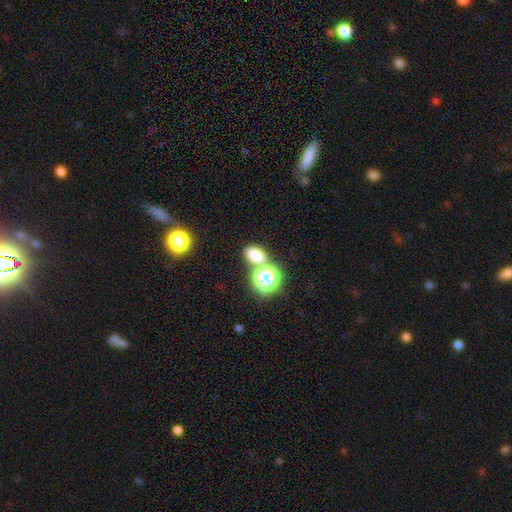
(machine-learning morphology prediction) Overall: smooth (72%). How rounded: in between (66%; round 33%). Merging: none (62%; merger 24%).